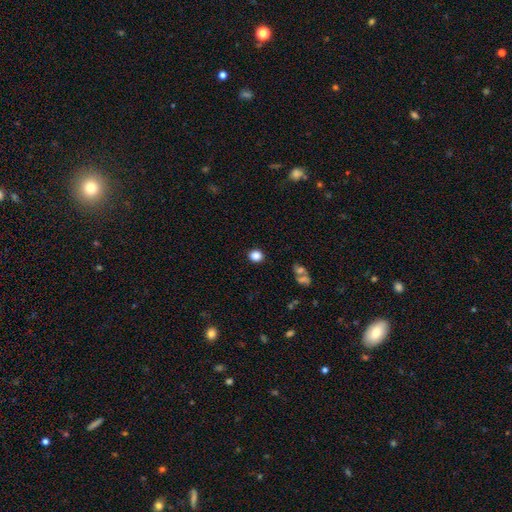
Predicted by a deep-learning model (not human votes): Smooth or featured? smooth (85%)
How rounded? round (69%)
Merging? none (89%)